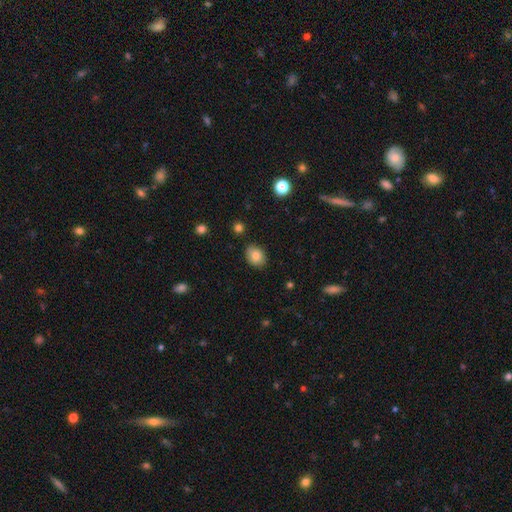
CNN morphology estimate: This is clearly a smooth galaxy (82%). How rounded: likely in between (60%). Merging: clearly none (84%).